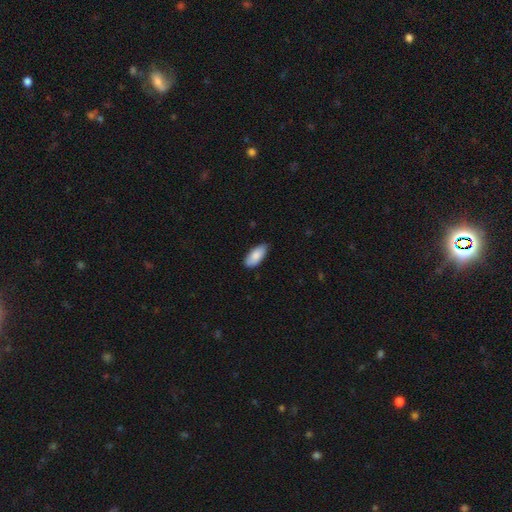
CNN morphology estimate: smooth 86%, featured or disk 8%, star or artifact 6%. Down the decision tree: how rounded — in between (89%); merging — none (83%).